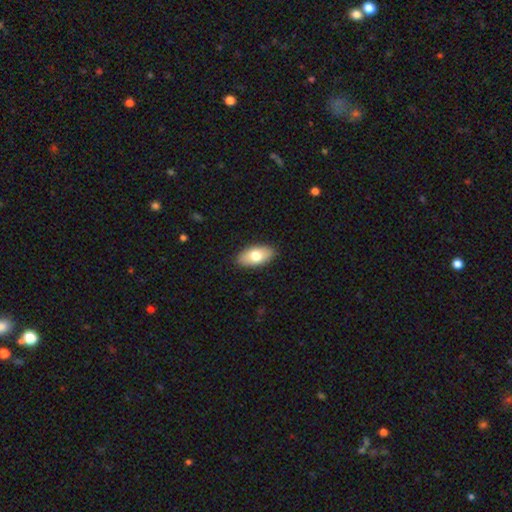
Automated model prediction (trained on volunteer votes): Morphology: type=smooth (74%); roundness=in between (93%); merging=none (88%).